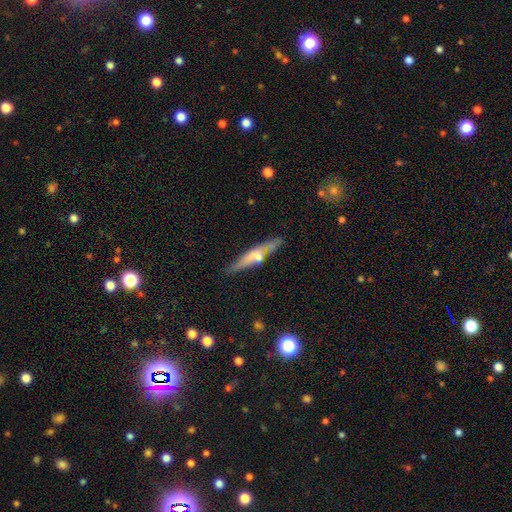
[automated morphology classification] This is possibly a smooth galaxy (49%). Merging: likely none (67%).